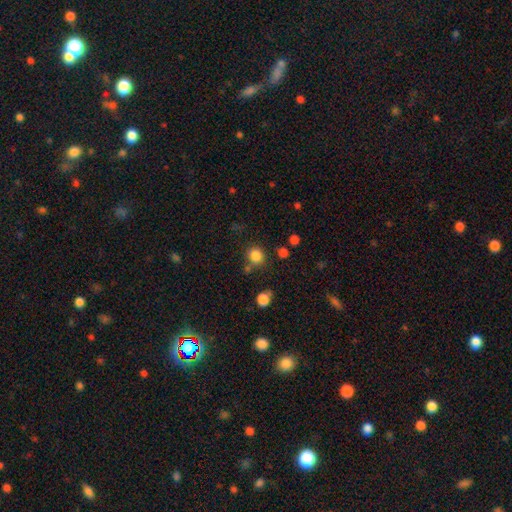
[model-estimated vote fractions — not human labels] A smooth galaxy with no disk features (84%) that is round (85%). Merging: none (77%).